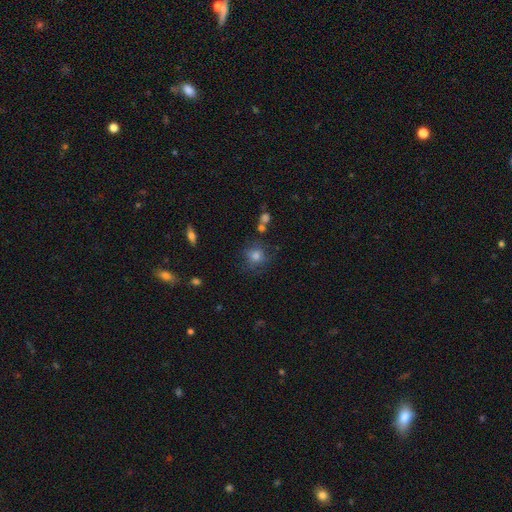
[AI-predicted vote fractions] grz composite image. It shows a smooth galaxy with no disk features (76%) that is round (85%). Merging: none (73%).